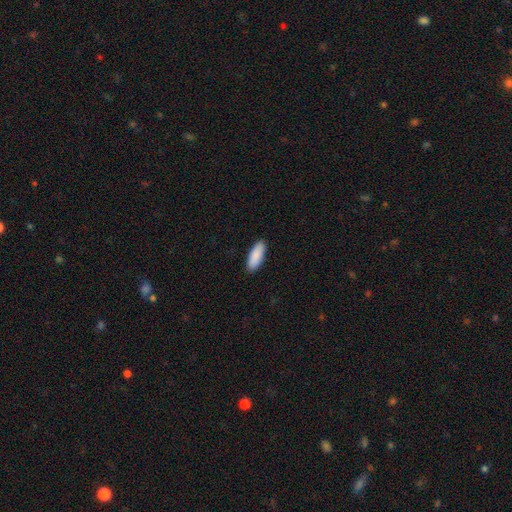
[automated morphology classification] Q: Smooth or featured?
A: smooth (91%); runner-up: star or artifact (5%)
Q: How rounded?
A: in between (69%); runner-up: cigar-shaped (30%)
Q: Merging?
A: none (90%); runner-up: minor disturbance (7%)